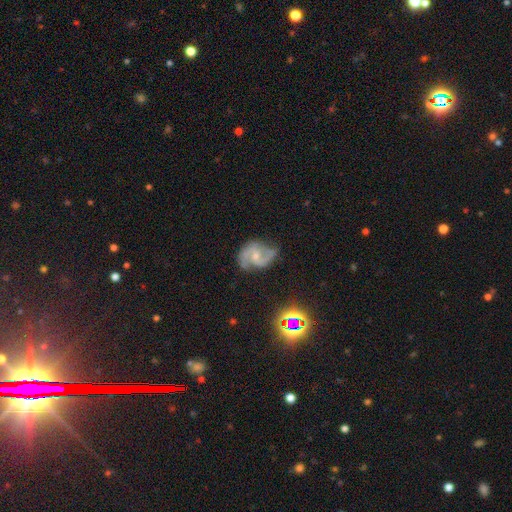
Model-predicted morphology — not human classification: The model was most divided on "bar" (2-way tie): weak: 46%, no: 46%, strong: 9%. More confident: edge-on disk — no (98%); spiral arms — yes (97%); spiral arm count — 2 (90%); smooth or featured — featured or disk (86%); merging — none (68%); spiral winding — medium (57%); bulge size — small (54%).